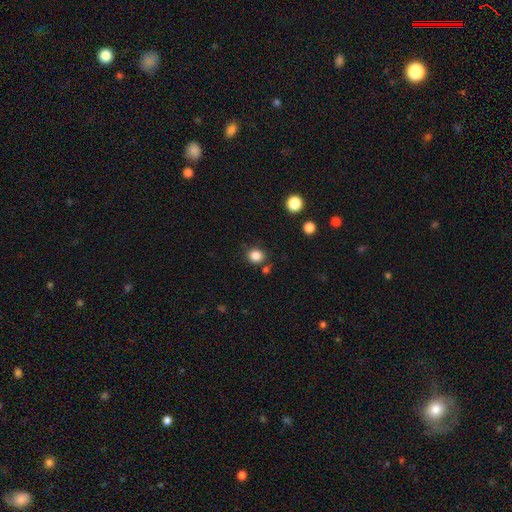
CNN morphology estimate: Smooth or featured? smooth (85%)
How rounded? round (82%)
Merging? none (80%)